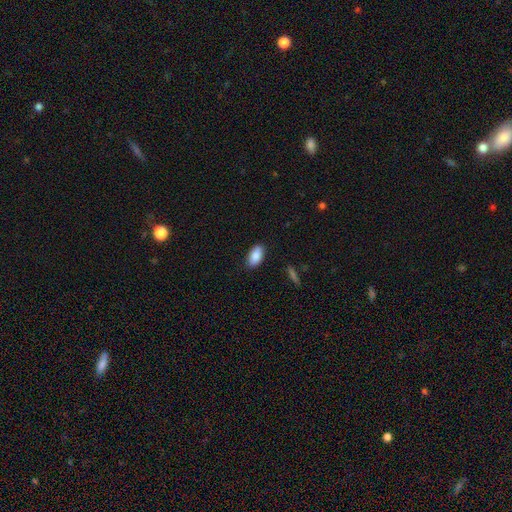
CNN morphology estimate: The model was most divided on "merging": none: 86%, minor disturbance: 10%, major disturbance: 2%, merger: 1%. More confident: how rounded — in between (92%); smooth or featured — smooth (88%).